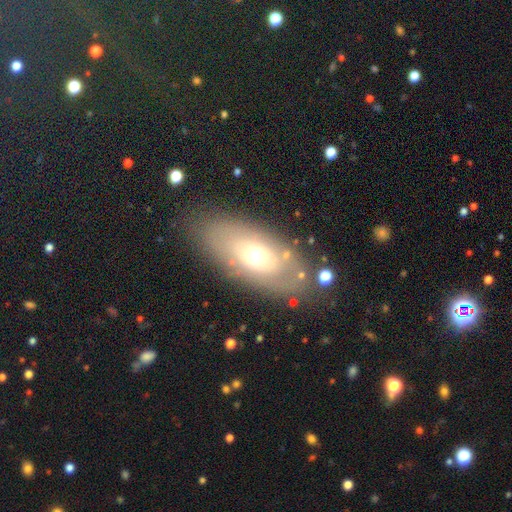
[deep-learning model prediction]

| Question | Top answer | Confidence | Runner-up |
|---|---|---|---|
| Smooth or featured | featured or disk | 48% | smooth (40%) |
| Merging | none | 78% | minor disturbance (13%) |